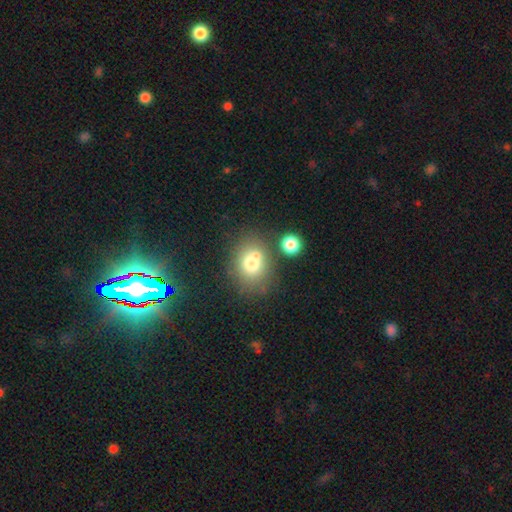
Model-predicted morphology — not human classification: smooth_or_featured: smooth (p=0.73) [alt: featured or disk p=0.16]
how_rounded: round (p=0.56) [alt: in between p=0.43]
merging: none (p=0.49) [alt: merger p=0.31]